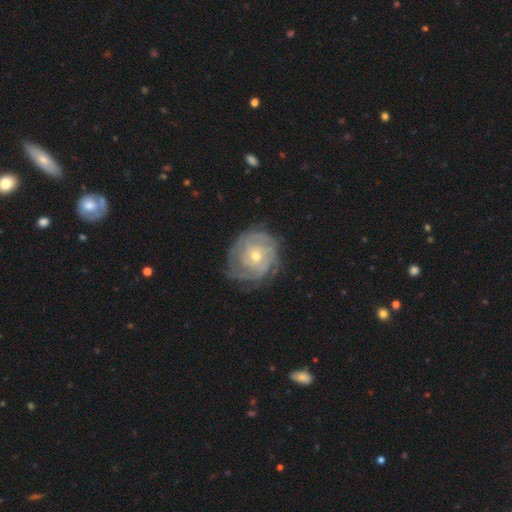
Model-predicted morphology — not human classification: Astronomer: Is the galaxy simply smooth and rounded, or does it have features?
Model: featured or disk — 83%.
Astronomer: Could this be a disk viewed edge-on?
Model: no — 97%.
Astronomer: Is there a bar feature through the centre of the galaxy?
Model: no — 76%.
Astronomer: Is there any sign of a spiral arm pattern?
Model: yes — 95%.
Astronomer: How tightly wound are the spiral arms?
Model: tight — 78%.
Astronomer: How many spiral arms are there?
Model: can't tell — 39% (runner-up: 3, 19%).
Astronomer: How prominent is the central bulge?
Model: small — 53% (runner-up: moderate, 44%).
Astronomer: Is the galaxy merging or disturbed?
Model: none — 76%.